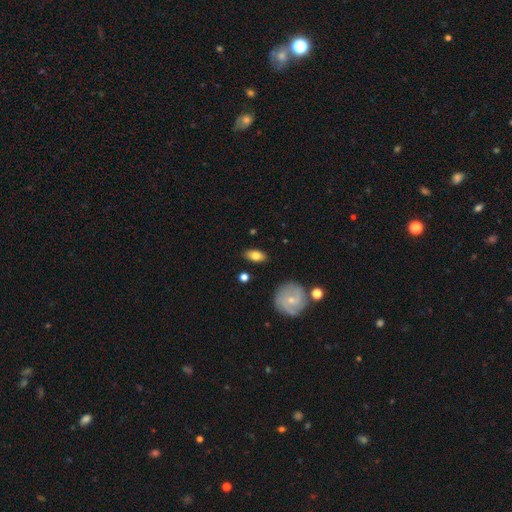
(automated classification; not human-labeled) This is likely a smooth galaxy (72%). How rounded: clearly in between (86%). Merging: clearly none (84%).